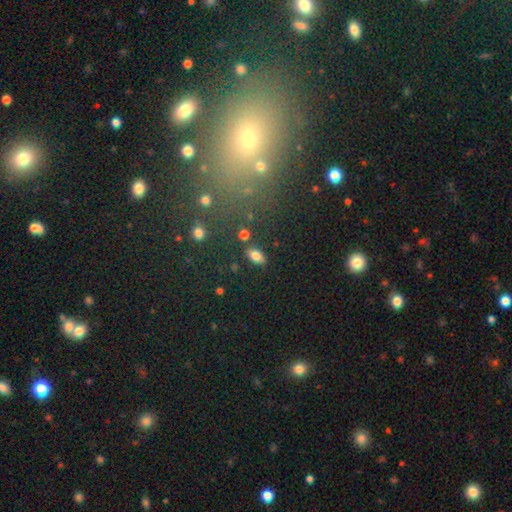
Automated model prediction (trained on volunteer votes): This is clearly a smooth galaxy (81%). How rounded: clearly in between (91%). Merging: clearly none (83%).